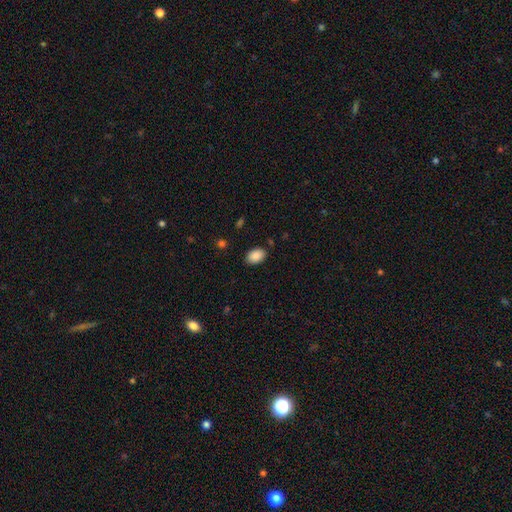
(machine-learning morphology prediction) Smooth or featured?
  - smooth: 89% *
  - star or artifact: 7%
  - featured or disk: 4%
How rounded?
  - in between: 89% *
  - round: 10%
  - cigar-shaped: 1%
Merging?
  - none: 87% *
  - minor disturbance: 9%
  - major disturbance: 2%
  - merger: 1%